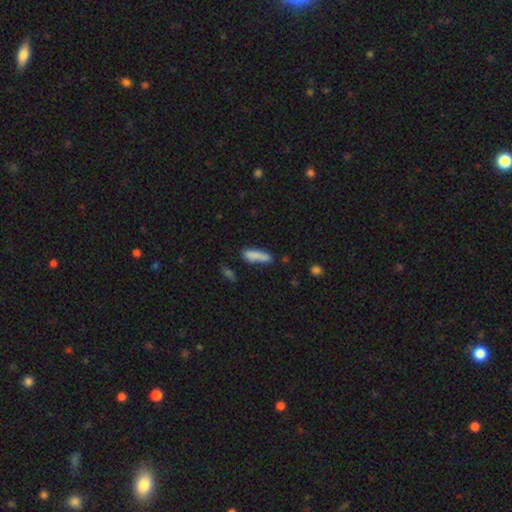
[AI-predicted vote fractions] smooth-or-featured: smooth: 82% | featured or disk: 10% | star or artifact: 8%
  how-rounded: cigar-shaped: 68% | in between: 30% | round: 2%
  merging: none: 63% | minor disturbance: 23% | merger: 8% | major disturbance: 6%